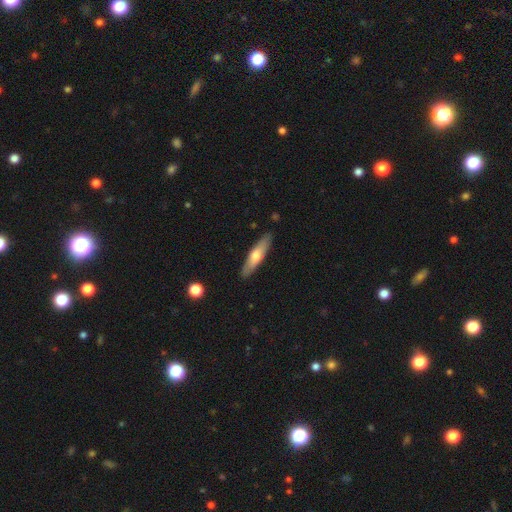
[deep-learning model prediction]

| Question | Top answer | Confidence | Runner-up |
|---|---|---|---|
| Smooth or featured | smooth | 56% | featured or disk (39%) |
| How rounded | cigar-shaped | 75% | in between (24%) |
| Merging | none | 87% | minor disturbance (10%) |